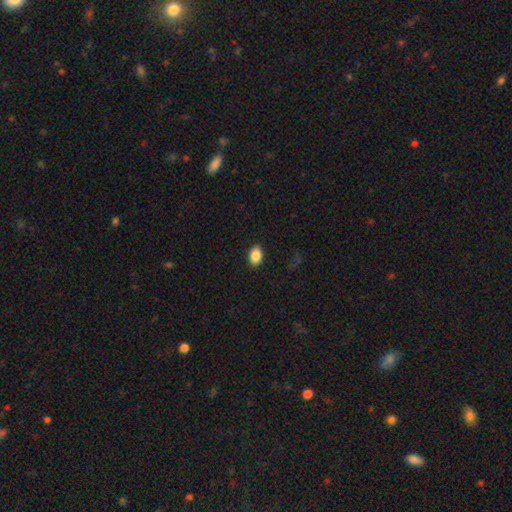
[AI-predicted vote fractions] Overall: smooth (87%). How rounded: in between (86%). Merging: none (89%).